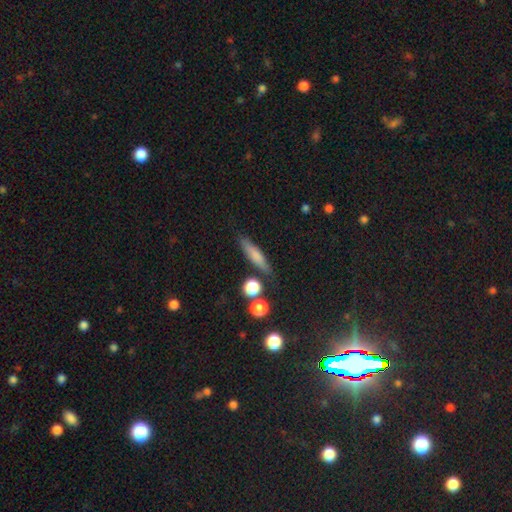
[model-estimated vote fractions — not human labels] The model was most divided on "smooth or featured": smooth: 70%, featured or disk: 22%, star or artifact: 8%. More confident: merging — none (81%); how rounded — cigar-shaped (80%).